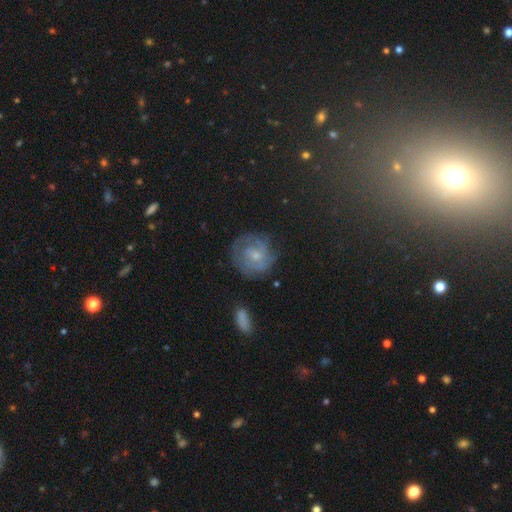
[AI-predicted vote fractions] Smooth or featured: featured or disk — 59% (smooth — 30%)
Edge-on disk: no — 97% (yes — 3%)
Bar: no — 69% (weak — 27%)
Spiral arms: yes — 76% (no — 24%)
Bulge size: small — 54% (moderate — 37%)
Merging: none — 66% (minor disturbance — 21%)